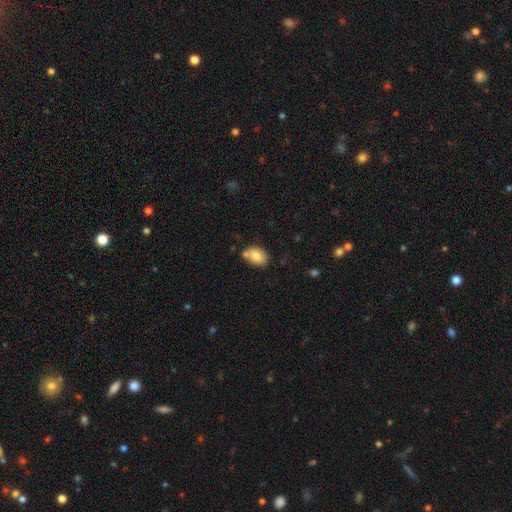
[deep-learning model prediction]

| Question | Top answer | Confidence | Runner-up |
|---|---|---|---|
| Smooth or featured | smooth | 80% | featured or disk (12%) |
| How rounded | in between | 81% | round (18%) |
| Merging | none | 65% | minor disturbance (17%) |